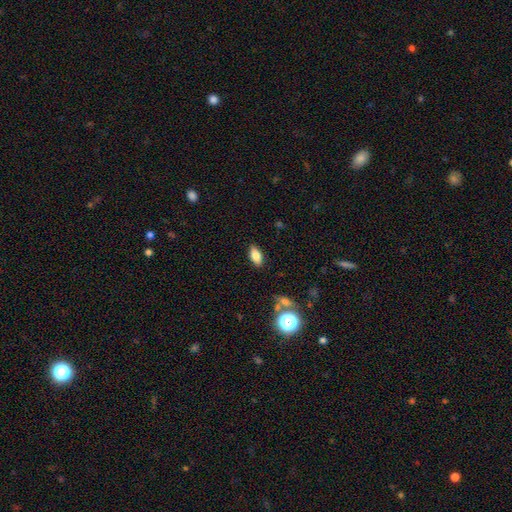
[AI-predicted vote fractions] This appears to be a smooth galaxy with no disk features (76%) that is in between round and cigar-shaped (85%). Merging: none (87%).